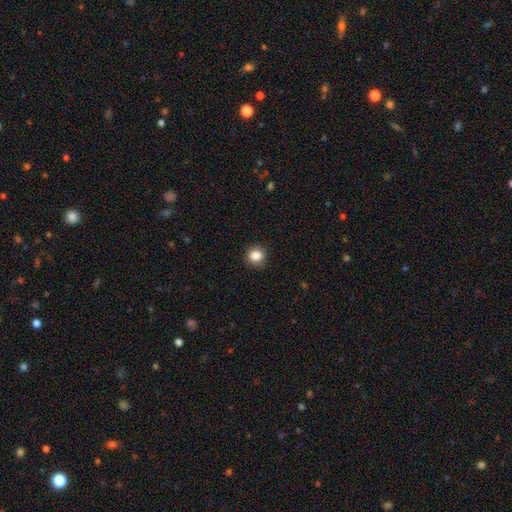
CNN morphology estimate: Q: Smooth or featured?
A: smooth (85%); runner-up: star or artifact (10%)
Q: How rounded?
A: round (89%); runner-up: in between (10%)
Q: Merging?
A: none (89%); runner-up: minor disturbance (8%)